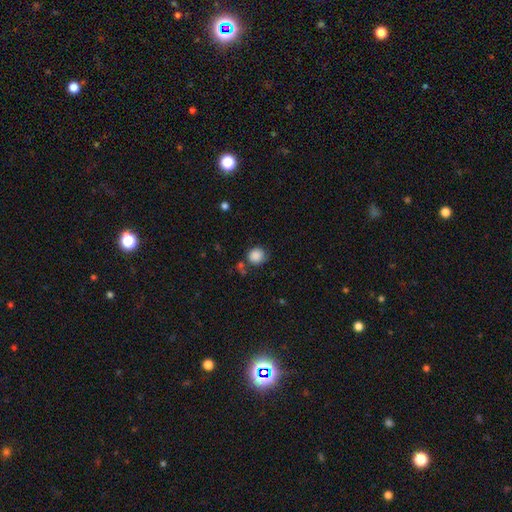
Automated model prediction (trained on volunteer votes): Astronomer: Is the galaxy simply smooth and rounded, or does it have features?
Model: smooth — 87%.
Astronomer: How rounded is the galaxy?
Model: round — 84%.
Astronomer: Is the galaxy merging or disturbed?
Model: none — 70%.